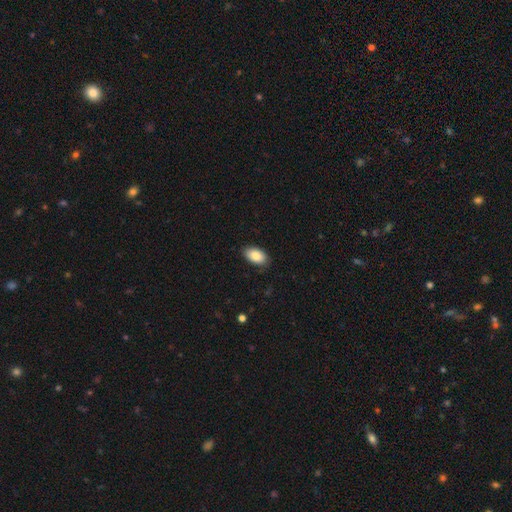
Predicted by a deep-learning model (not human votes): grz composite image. It shows a smooth galaxy with no disk features (84%) that is in between round and cigar-shaped (94%). Merging: none (86%).